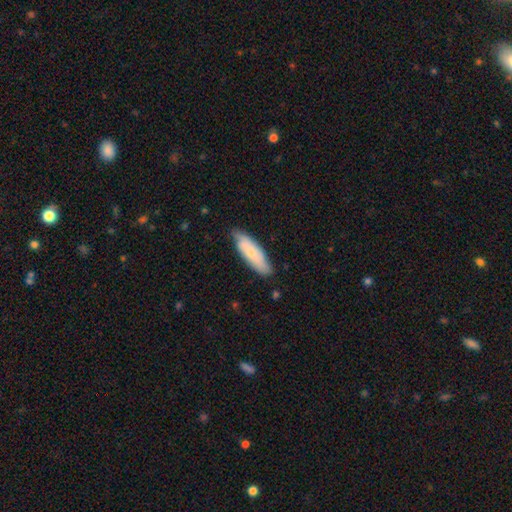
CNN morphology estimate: Overall: smooth (66%; featured or disk 29%). How rounded: in between (55%; cigar-shaped 43%). Merging: none (74%).